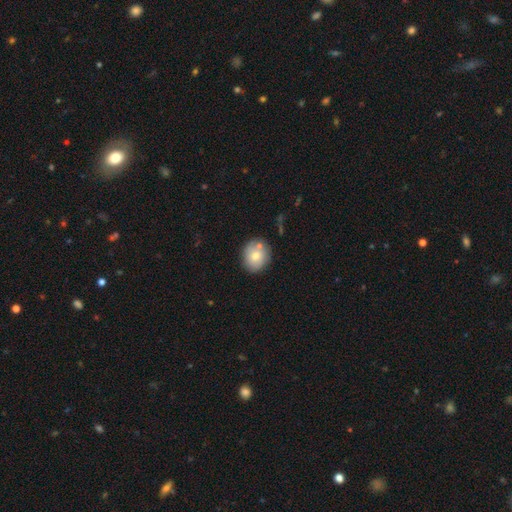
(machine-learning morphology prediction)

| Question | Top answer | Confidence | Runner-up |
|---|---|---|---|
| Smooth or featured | smooth | 73% | featured or disk (19%) |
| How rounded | round | 65% | in between (34%) |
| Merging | none | 73% | minor disturbance (15%) |